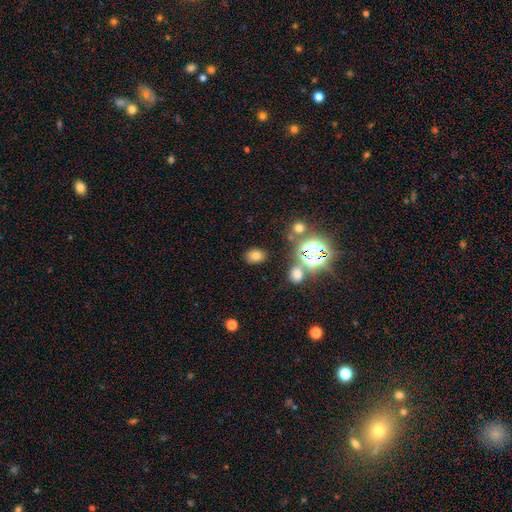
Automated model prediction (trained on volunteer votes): The model was most divided on "how rounded": in between: 65%, round: 33%, cigar-shaped: 1%. More confident: merging — none (82%); smooth or featured — smooth (71%).